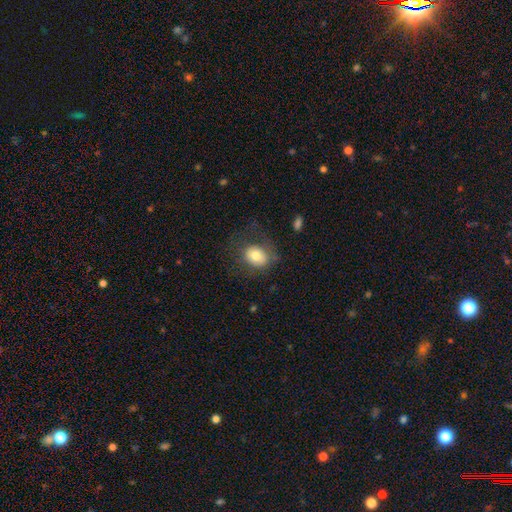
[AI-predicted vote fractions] The model was most divided on "how rounded": round: 51%, in between: 48%, cigar-shaped: 1%. More confident: smooth or featured — smooth (75%); merging — none (63%).